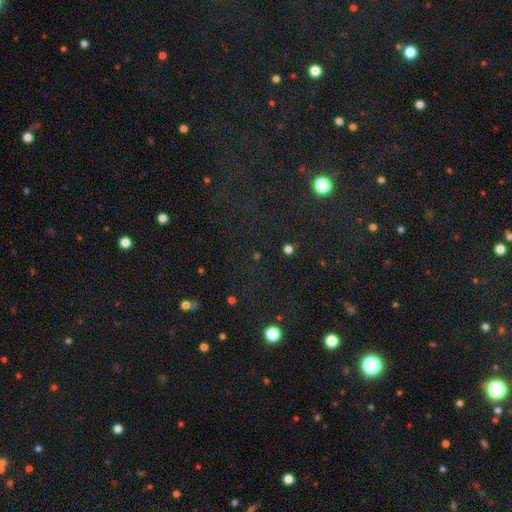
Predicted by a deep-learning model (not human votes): Smooth or featured: star or artifact — 71% (smooth — 21%)